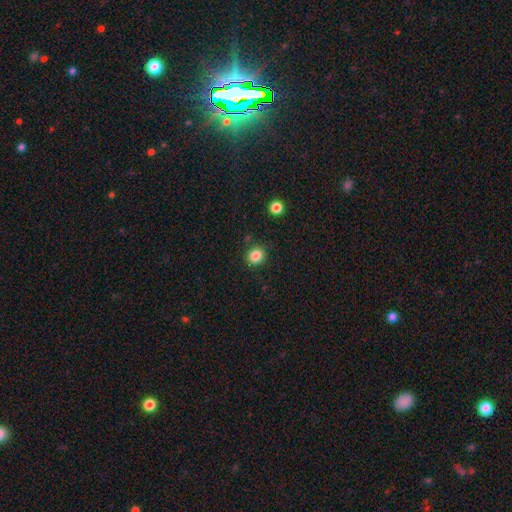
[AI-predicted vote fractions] Overall: smooth (85%). How rounded: round (80%). Merging: none (88%).